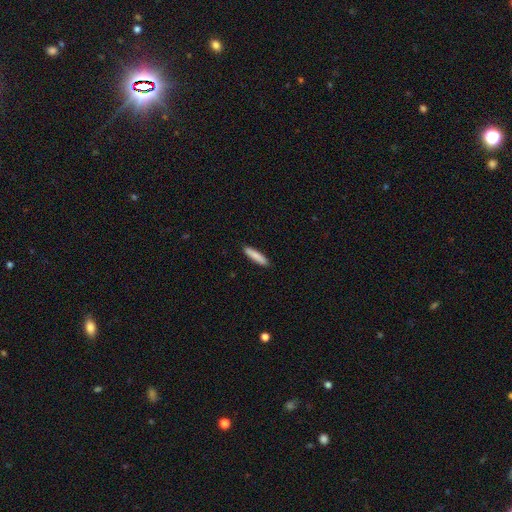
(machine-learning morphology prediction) This appears to be a smooth galaxy with no disk features (86%) that is cigar-shaped (87%). Merging: none (91%).